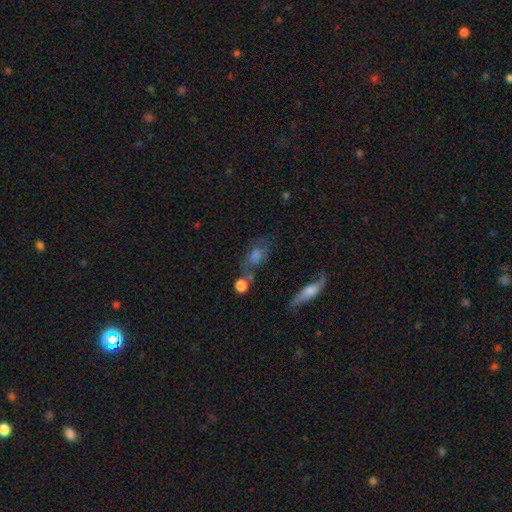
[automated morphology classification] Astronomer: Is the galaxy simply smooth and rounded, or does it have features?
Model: smooth — 47% (runner-up: featured or disk, 35%).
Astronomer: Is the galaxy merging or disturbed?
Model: none — 53%.